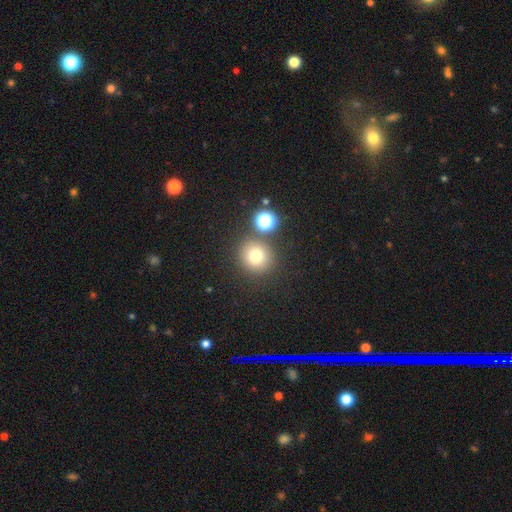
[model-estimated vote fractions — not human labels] Morphology: type=smooth (74%); roundness=round (93%); merging=none (80%).